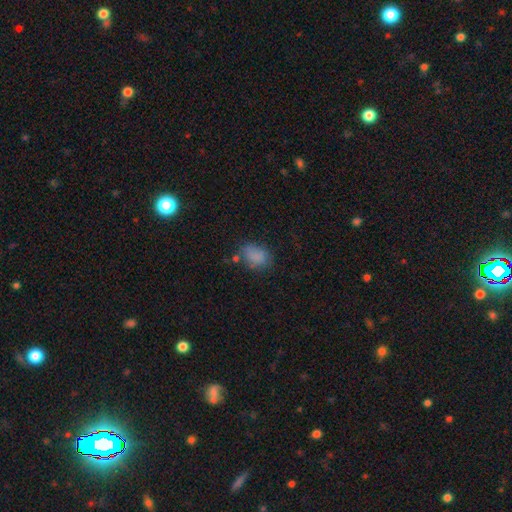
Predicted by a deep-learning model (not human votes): smooth_or_featured: smooth (p=0.78) [alt: featured or disk p=0.11]
how_rounded: in between (p=0.75) [alt: round p=0.23]
merging: none (p=0.56) [alt: minor disturbance p=0.25]